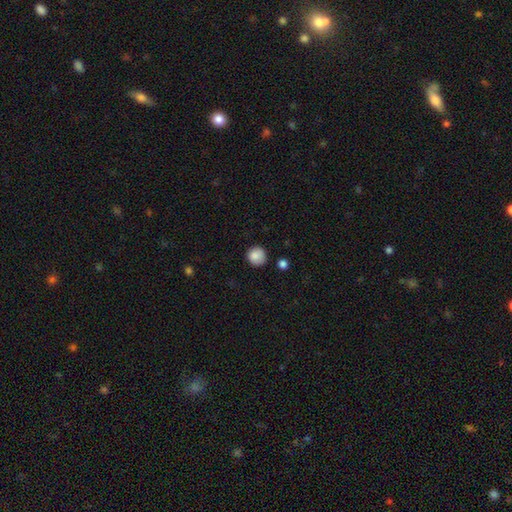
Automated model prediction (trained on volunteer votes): smooth 86%, star or artifact 9%, featured or disk 5%. Down the decision tree: how rounded — round (91%); merging — none (80%).